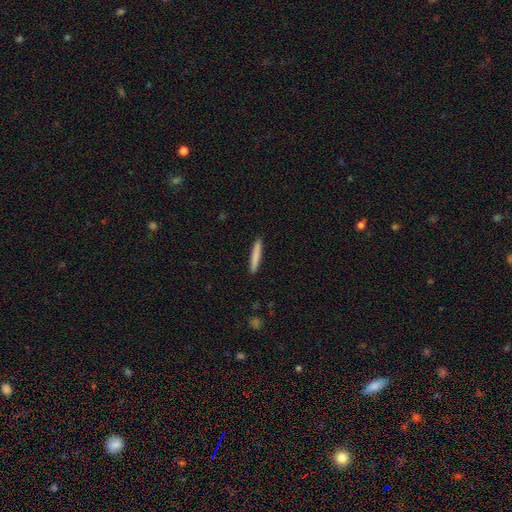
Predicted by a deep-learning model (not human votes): The model was most divided on "smooth or featured": smooth: 80%, featured or disk: 15%, star or artifact: 6%. More confident: how rounded — cigar-shaped (95%); merging — none (92%).